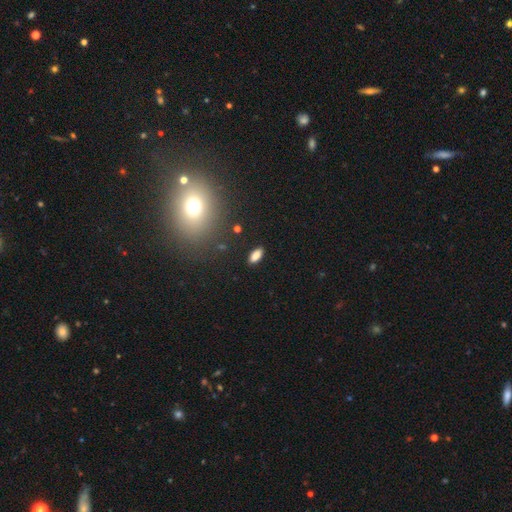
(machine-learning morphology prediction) Overall: smooth (84%). How rounded: in between (85%). Merging: none (88%).